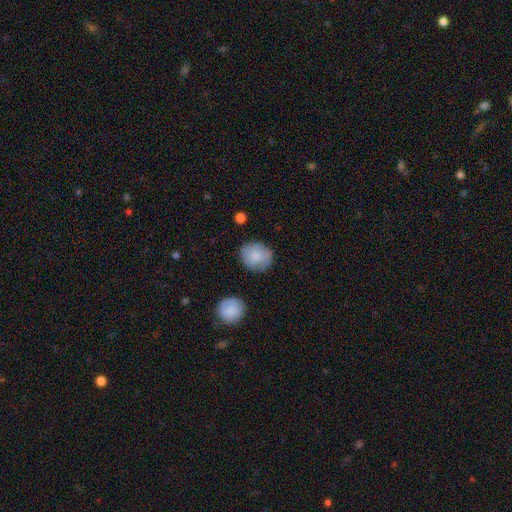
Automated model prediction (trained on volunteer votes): This is likely a smooth galaxy (76%). How rounded: likely round (75%). Merging: likely none (78%).